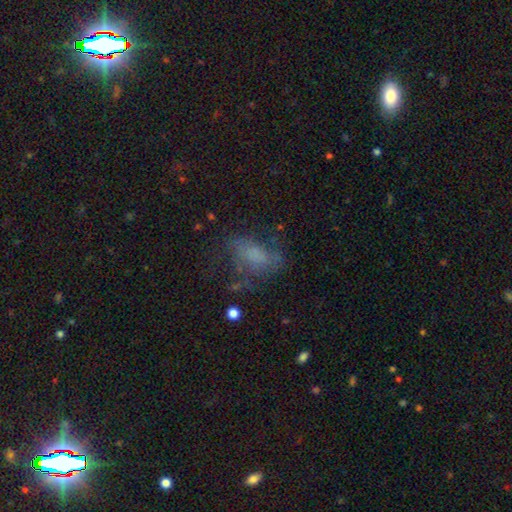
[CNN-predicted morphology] Smooth or featured?
  - smooth: 52% *
  - featured or disk: 33%
  - star or artifact: 15%
How rounded?
  - in between: 85% *
  - round: 10%
  - cigar-shaped: 4%
Merging?
  - none: 41% *
  - major disturbance: 31%
  - minor disturbance: 24%
  - merger: 4%